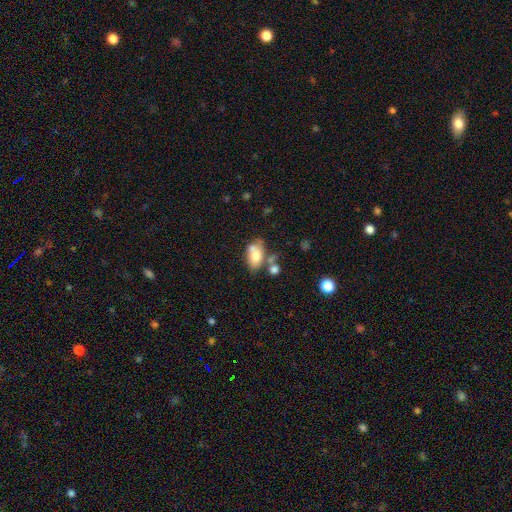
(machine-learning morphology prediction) Smooth or featured?
  - smooth: 66% *
  - featured or disk: 25%
  - star or artifact: 9%
How rounded?
  - in between: 87% *
  - round: 10%
  - cigar-shaped: 3%
Merging?
  - none: 40% *
  - merger: 32%
  - minor disturbance: 19%
  - major disturbance: 9%